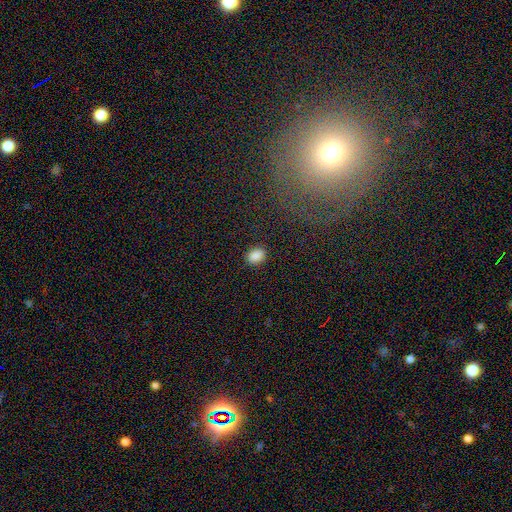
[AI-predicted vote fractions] A smooth galaxy with no disk features (87%) that is in between round and cigar-shaped (65%). Merging: none (86%).